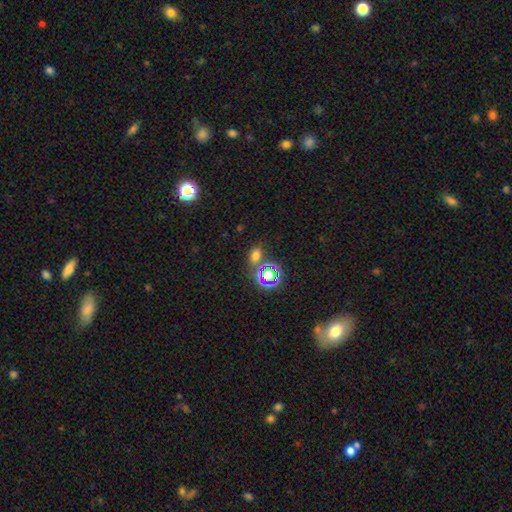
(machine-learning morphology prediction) A smooth galaxy with no disk features (62%) that is in between round and cigar-shaped (62%).

Vote fractions:
- Smooth or featured? smooth: 62% / star or artifact: 31% / featured or disk: 7%
- How rounded? in between: 62% / round: 36% / cigar-shaped: 2%
- Merging? none: 71% / merger: 14% / minor disturbance: 11% / major disturbance: 4%